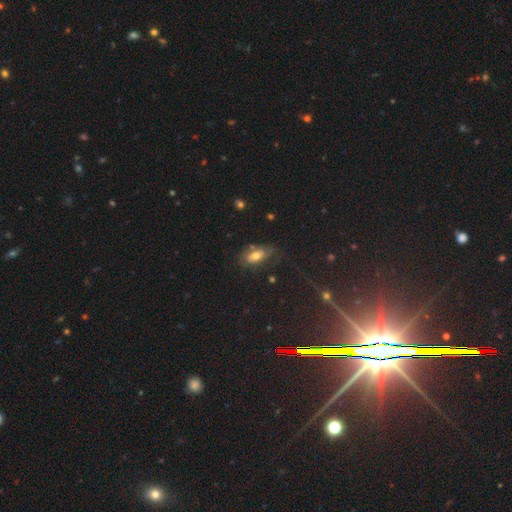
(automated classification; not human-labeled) Smooth or featured: smooth — 49% (featured or disk — 35%)
Merging: none — 61% (minor disturbance — 24%)